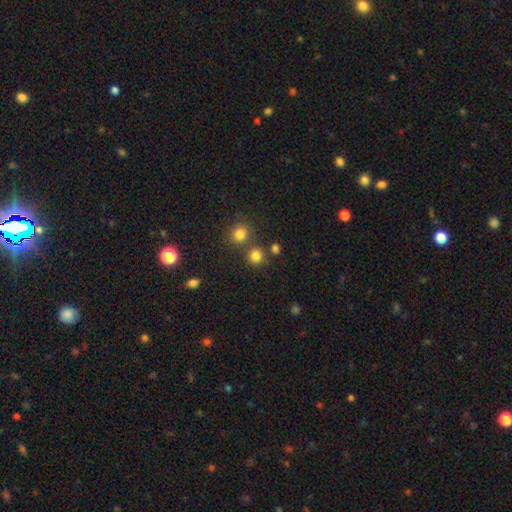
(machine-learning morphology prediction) Smooth or featured? Predicted: smooth (p=0.81). How rounded? Predicted: round (p=0.91). Merging? Predicted: none (p=0.75).